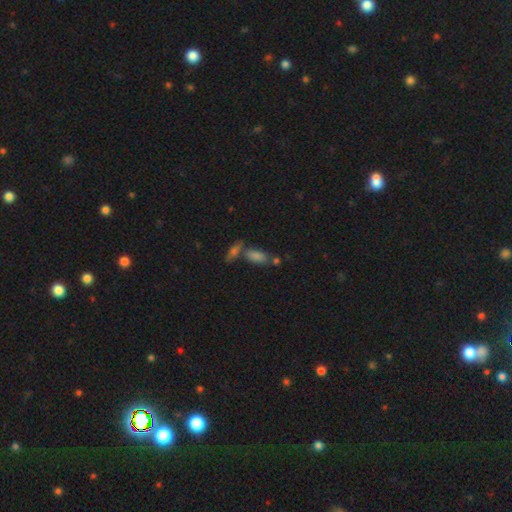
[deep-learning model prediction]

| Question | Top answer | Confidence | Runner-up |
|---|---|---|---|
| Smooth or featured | smooth | 74% | star or artifact (14%) |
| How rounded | in between | 80% | cigar-shaped (16%) |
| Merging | none | 47% | merger (37%) |